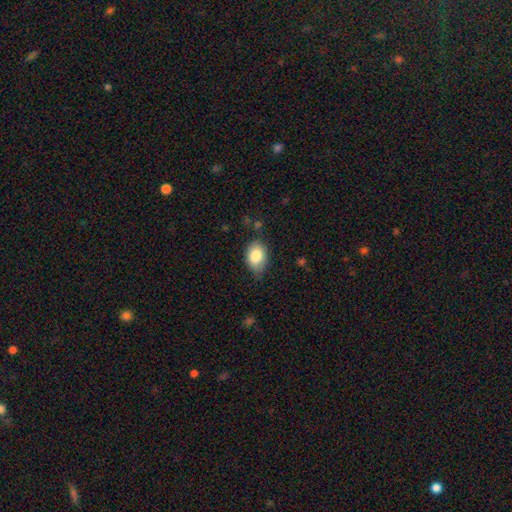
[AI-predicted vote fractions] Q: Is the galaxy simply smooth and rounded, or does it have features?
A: smooth — 83%.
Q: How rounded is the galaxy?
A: in between — 79%.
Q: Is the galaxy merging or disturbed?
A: none — 68%.